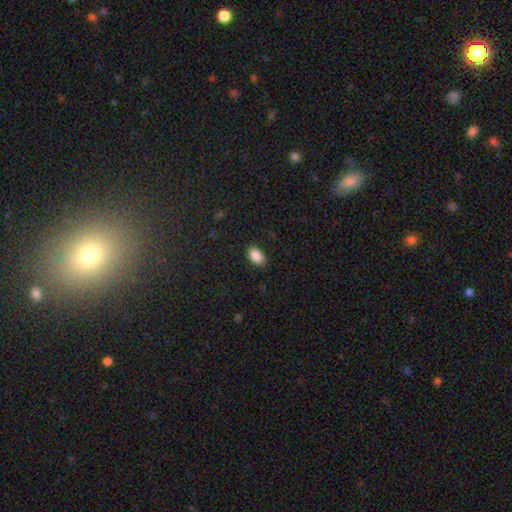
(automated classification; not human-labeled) smooth 88%, star or artifact 8%, featured or disk 4%. Down the decision tree: how rounded — in between (89%); merging — none (87%).